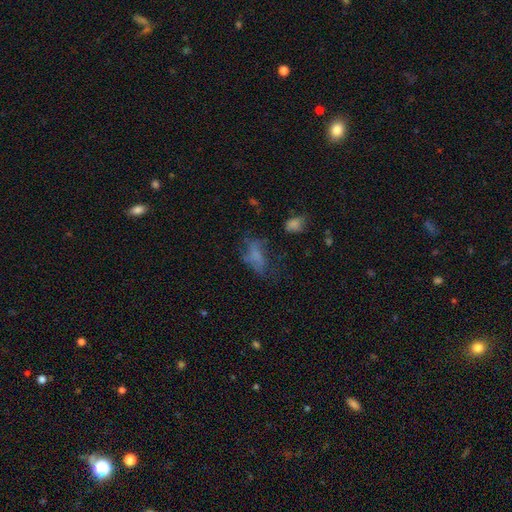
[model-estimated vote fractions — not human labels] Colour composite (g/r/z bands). It shows a smooth galaxy with no disk features (54%) that is in between round and cigar-shaped (82%). Merging: none (36%).